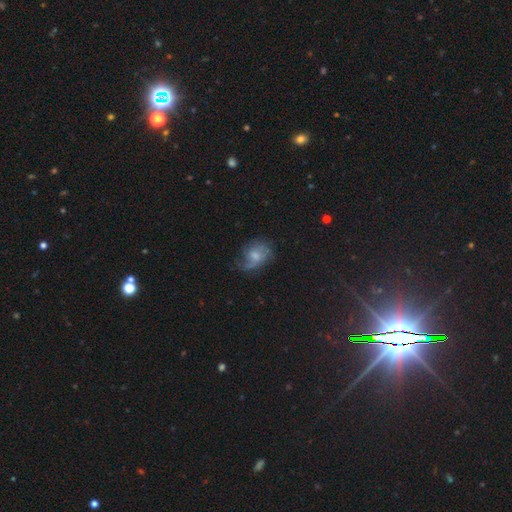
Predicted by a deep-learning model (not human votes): Morphology: type=featured or disk (57%); edge-on=no (97%); bar=no (63%); spiral arms=yes (83%); bulge=moderate (40%); merging=none (49%).